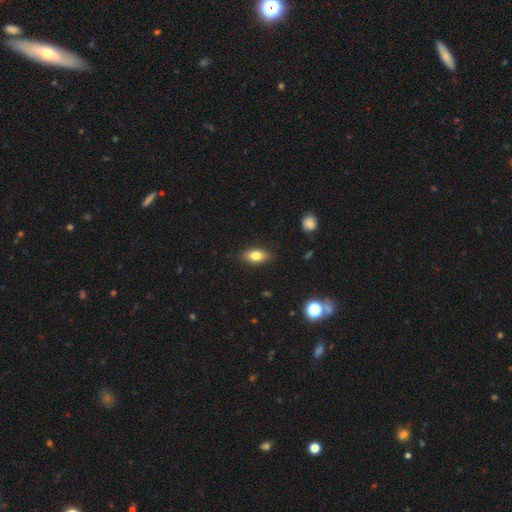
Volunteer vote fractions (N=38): Overall: smooth (82%). How rounded: in between (87%). Merging: none (94%).